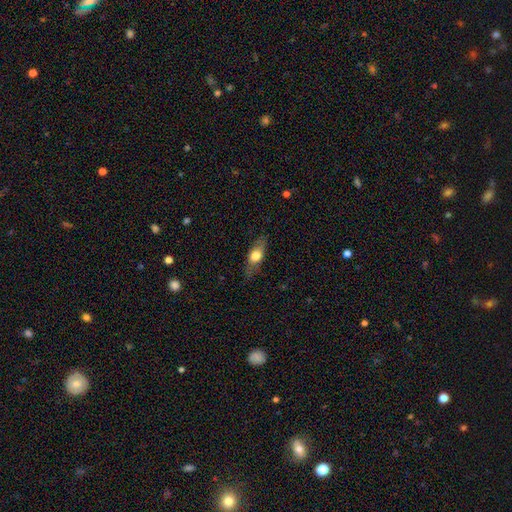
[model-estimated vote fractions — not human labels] smooth_or_featured: smooth (p=0.61) [alt: featured or disk p=0.33]
how_rounded: in between (p=0.68) [alt: cigar-shaped p=0.26]
merging: none (p=0.78) [alt: minor disturbance p=0.16]